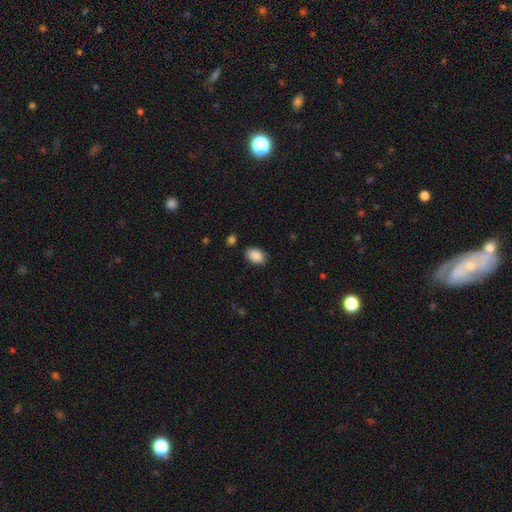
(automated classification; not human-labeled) Morphology: type=smooth (89%); roundness=in between (84%); merging=none (83%).